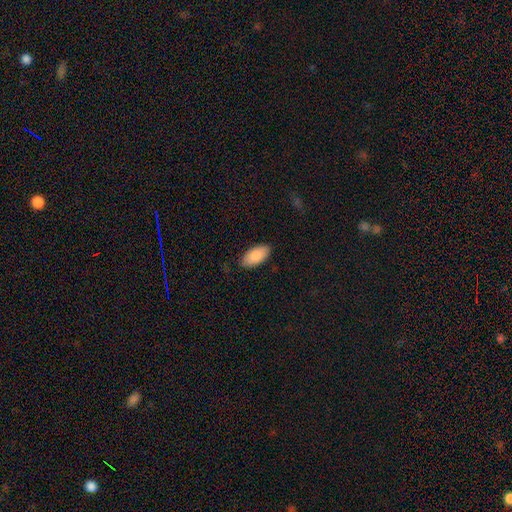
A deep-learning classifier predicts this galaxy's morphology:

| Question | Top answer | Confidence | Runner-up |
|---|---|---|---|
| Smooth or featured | smooth | 89% | star or artifact (6%) |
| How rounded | in between | 95% | cigar-shaped (4%) |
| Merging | none | 85% | minor disturbance (12%) |